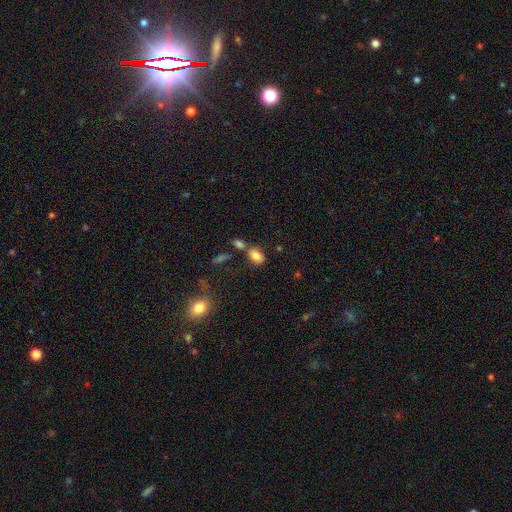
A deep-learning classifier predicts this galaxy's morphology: Overall: smooth (82%). How rounded: in between (83%). Merging: none (53%; merger 28%).